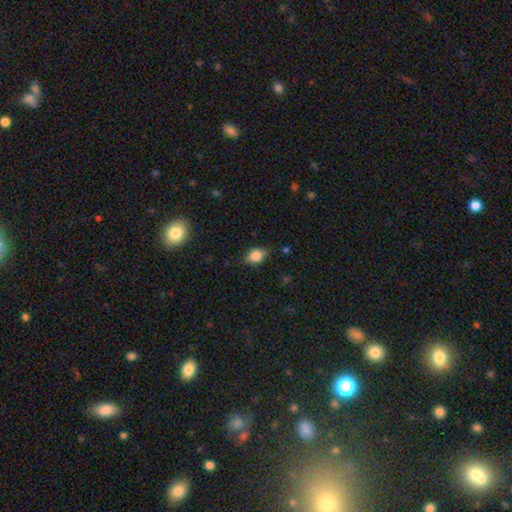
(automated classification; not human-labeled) Smooth or featured?
  - smooth: 78% *
  - featured or disk: 12%
  - star or artifact: 9%
How rounded?
  - in between: 69% *
  - round: 28%
  - cigar-shaped: 3%
Merging?
  - none: 75% *
  - minor disturbance: 20%
  - major disturbance: 4%
  - merger: 1%